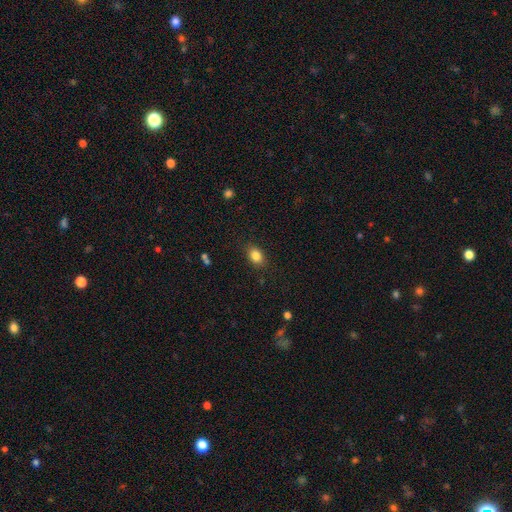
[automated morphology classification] The model was most divided on "how rounded": in between: 74%, round: 25%, cigar-shaped: 2%. More confident: smooth or featured — smooth (85%); merging — none (85%).